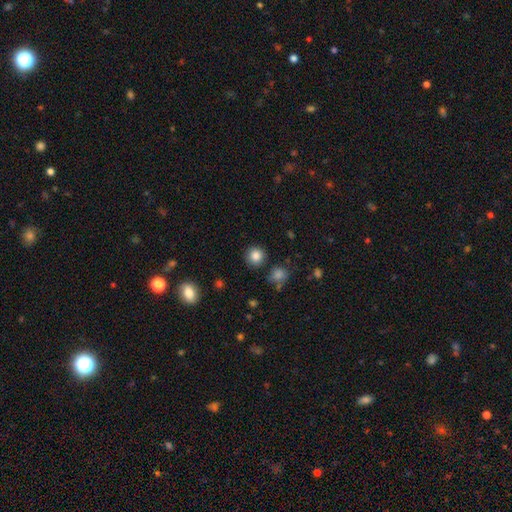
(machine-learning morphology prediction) Smooth or featured? smooth (85%)
How rounded? round (92%)
Merging? none (86%)